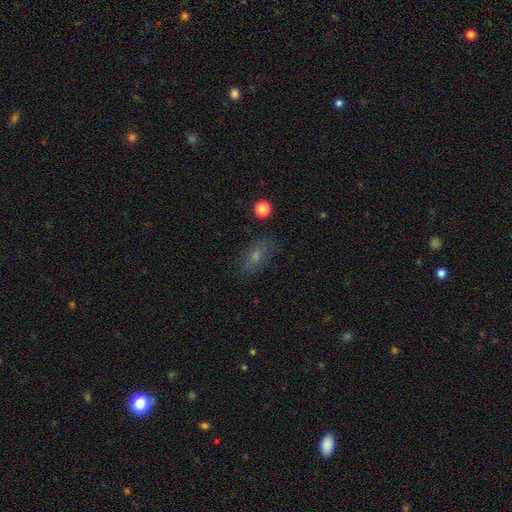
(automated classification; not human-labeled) Smooth or featured? smooth (51%)
How rounded? in between (76%)
Merging? none (78%)